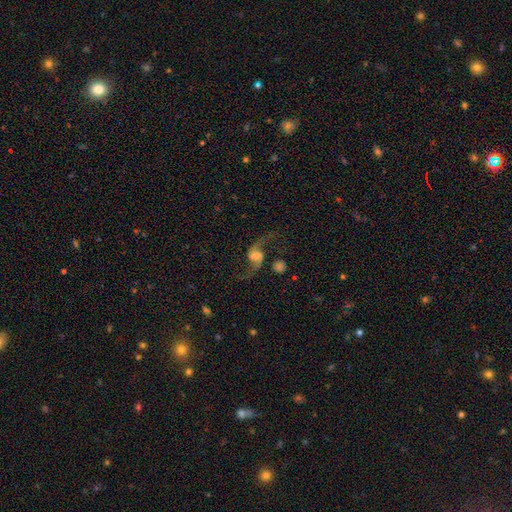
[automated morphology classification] smooth-or-featured: featured or disk: 86% | smooth: 7% | star or artifact: 7%
  disk-edge-on: no: 96% | yes: 4%
    bar: no: 49% | weak: 37% | strong: 14%
    has-spiral-arms: yes: 97% | no: 3%
      spiral-winding: loose: 89% | medium: 9% | tight: 2%
      spiral-arm-count: 2: 94% | 1: 2% | can't tell: 1% | 3: 1% | 4: 1% | more than 4: 1%
    bulge-size: moderate: 52% | small: 27% | large: 14% | none: 4% | dominant: 3%
  merging: none: 73% | minor disturbance: 12% | major disturbance: 11% | merger: 4%